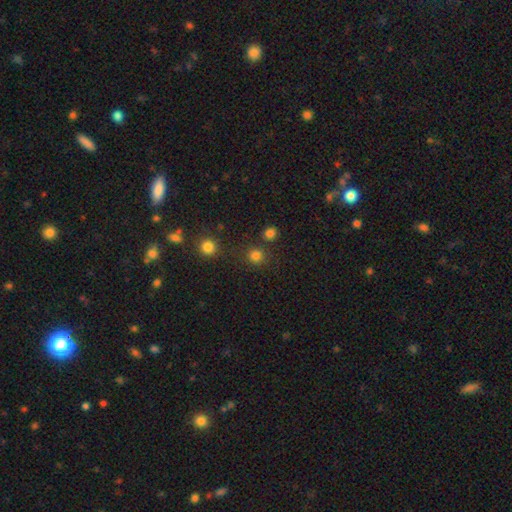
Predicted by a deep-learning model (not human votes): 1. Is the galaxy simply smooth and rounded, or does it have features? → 79% smooth, 17% star or artifact, 4% featured or disk.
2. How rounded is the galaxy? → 90% round, 9% in between, 1% cigar-shaped.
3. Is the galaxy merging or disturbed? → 79% none, 9% merger, 8% minor disturbance, 4% major disturbance.